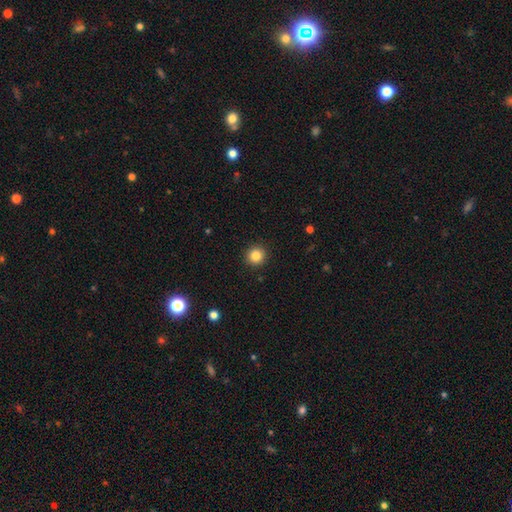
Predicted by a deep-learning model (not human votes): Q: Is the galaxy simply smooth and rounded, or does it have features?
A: smooth — 84%.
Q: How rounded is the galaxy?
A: round — 93%.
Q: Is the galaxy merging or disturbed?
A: none — 92%.